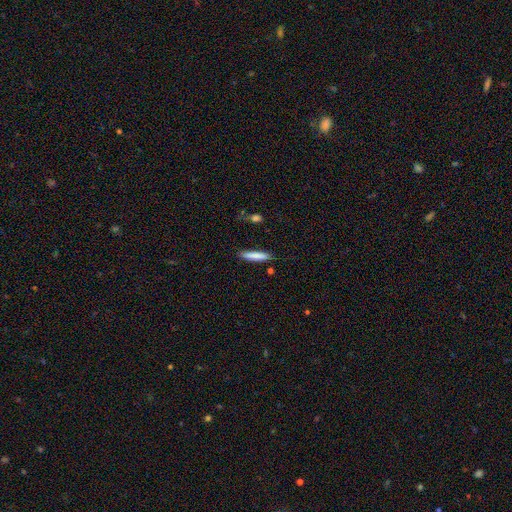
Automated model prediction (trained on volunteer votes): Q: Smooth or featured?
A: smooth (82%); runner-up: featured or disk (12%)
Q: How rounded?
A: cigar-shaped (89%); runner-up: in between (10%)
Q: Merging?
A: none (84%); runner-up: minor disturbance (11%)